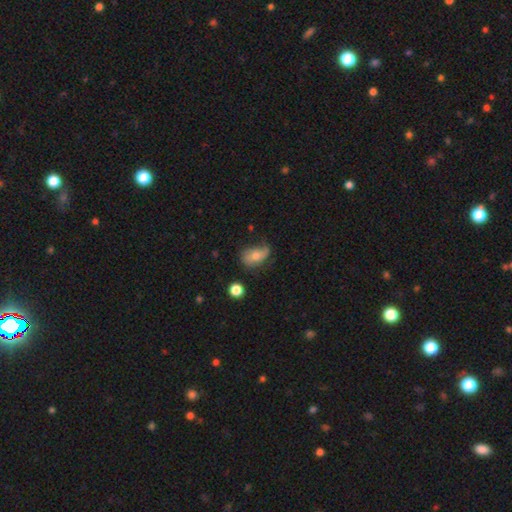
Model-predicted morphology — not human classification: Smooth or featured? smooth (52%)
How rounded? in between (82%)
Merging? none (41%)